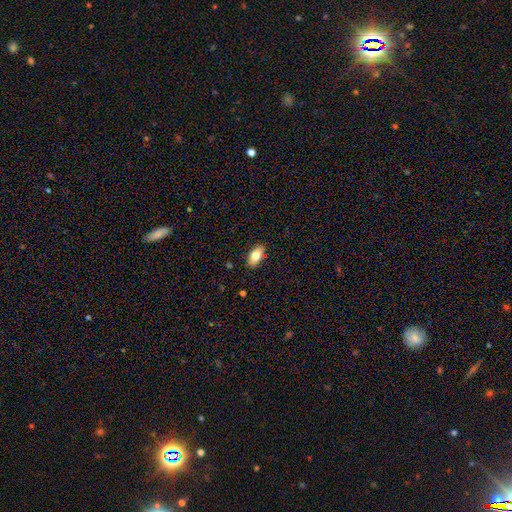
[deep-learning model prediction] Overall: smooth (78%). How rounded: in between (91%). Merging: none (87%).